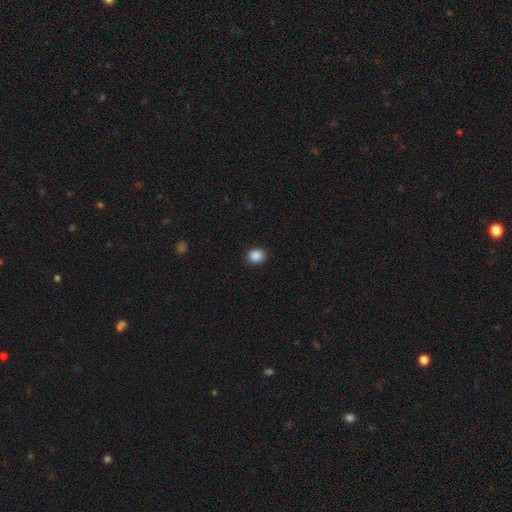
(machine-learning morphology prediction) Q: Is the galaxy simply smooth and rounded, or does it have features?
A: smooth — 88%.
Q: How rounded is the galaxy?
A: round — 66%.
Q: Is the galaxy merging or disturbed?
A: none — 91%.